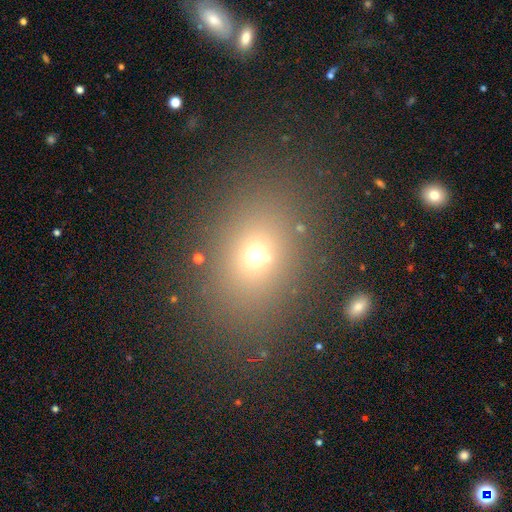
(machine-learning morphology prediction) Overall: smooth (63%; star or artifact 25%). How rounded: in between (56%; round 43%). Merging: none (80%).